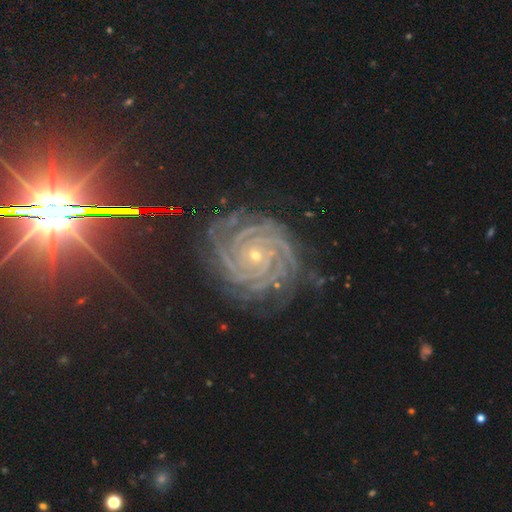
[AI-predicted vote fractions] smooth-or-featured: featured or disk: 86% | star or artifact: 10% | smooth: 4%
  disk-edge-on: no: 98% | yes: 2%
    bar: no: 74% | weak: 15% | strong: 10%
    has-spiral-arms: yes: 99% | no: 1%
      spiral-winding: tight: 87% | medium: 11% | loose: 2%
      spiral-arm-count: more than 4: 23% | 4: 21% | 3: 18% | can't tell: 14% | 2: 13% | 1: 10%
    bulge-size: small: 80% | moderate: 17% | large: 1% | none: 1% | dominant: 1%
  merging: none: 80% | minor disturbance: 14% | major disturbance: 5% | merger: 1%